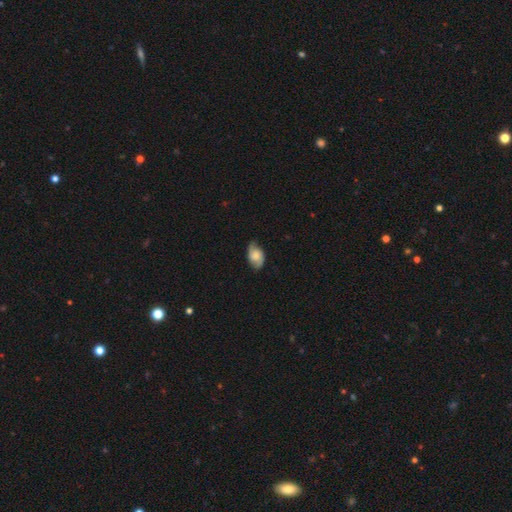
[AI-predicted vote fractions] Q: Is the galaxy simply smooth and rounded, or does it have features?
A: featured or disk — 49%.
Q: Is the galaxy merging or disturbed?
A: none — 71%.